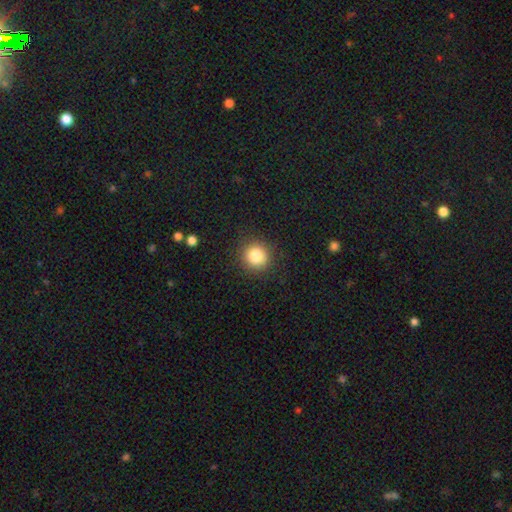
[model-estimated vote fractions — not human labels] This is clearly a smooth galaxy (84%). How rounded: clearly round (92%). Merging: clearly none (90%).